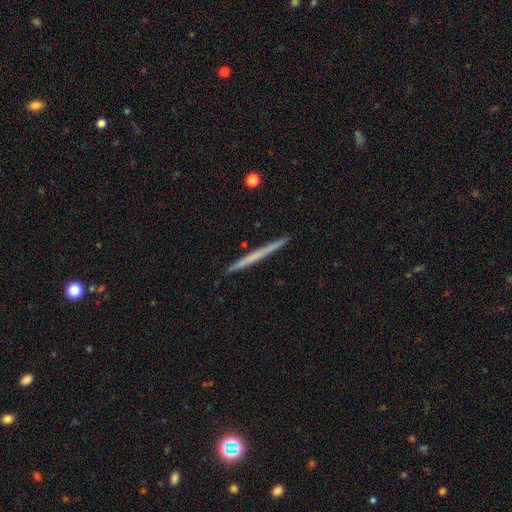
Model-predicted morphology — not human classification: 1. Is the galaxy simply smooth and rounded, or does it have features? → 48% smooth, 47% featured or disk, 5% star or artifact.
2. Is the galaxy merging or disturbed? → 93% none, 5% minor disturbance, 1% major disturbance, 1% merger.